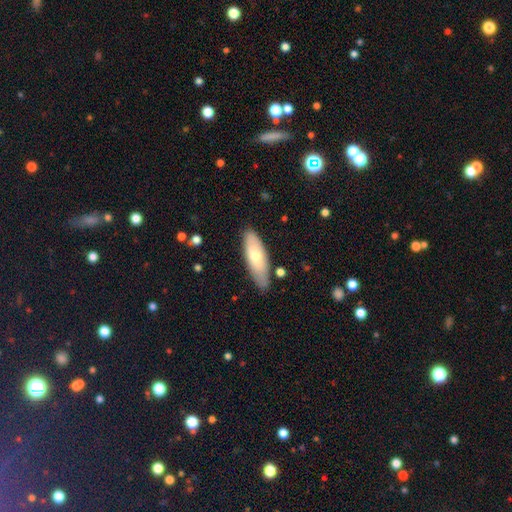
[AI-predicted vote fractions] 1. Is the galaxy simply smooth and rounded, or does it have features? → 65% smooth, 29% featured or disk, 6% star or artifact.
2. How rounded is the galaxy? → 58% in between, 40% cigar-shaped, 2% round.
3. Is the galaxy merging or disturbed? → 79% none, 15% minor disturbance, 3% major disturbance, 3% merger.